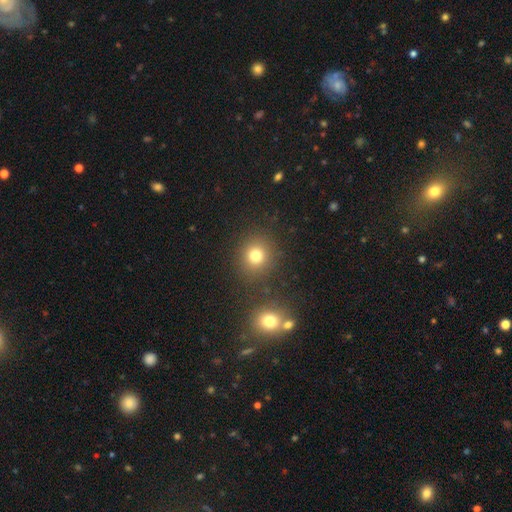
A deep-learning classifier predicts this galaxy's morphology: This is likely a smooth galaxy (77%). How rounded: clearly round (87%). Merging: clearly none (82%).